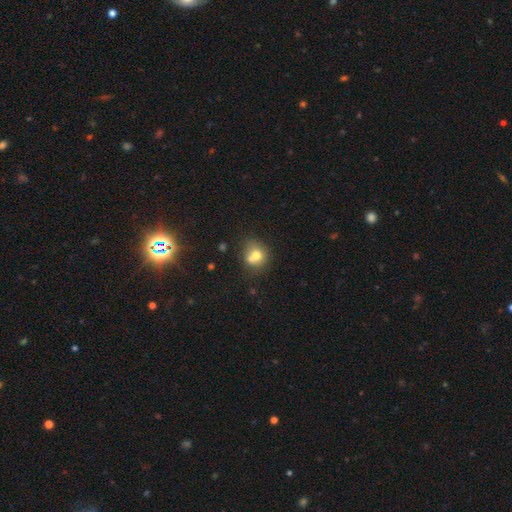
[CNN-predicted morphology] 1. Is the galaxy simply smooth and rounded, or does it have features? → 70% smooth, 19% featured or disk, 11% star or artifact.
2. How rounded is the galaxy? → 77% round, 22% in between, 1% cigar-shaped.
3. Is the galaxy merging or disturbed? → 42% none, 39% merger, 14% minor disturbance, 5% major disturbance.